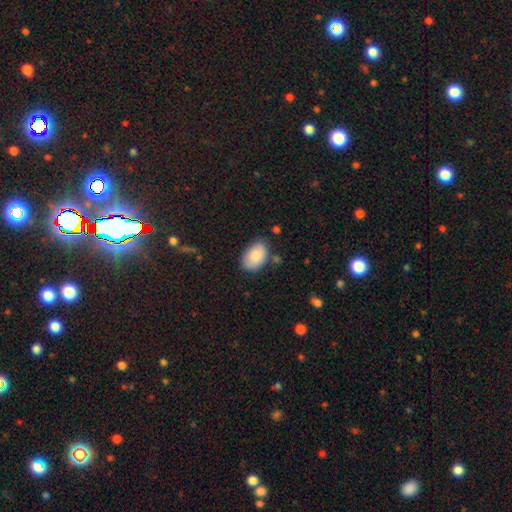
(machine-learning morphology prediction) This is clearly a smooth galaxy (85%). How rounded: clearly in between (91%). Merging: likely none (73%).